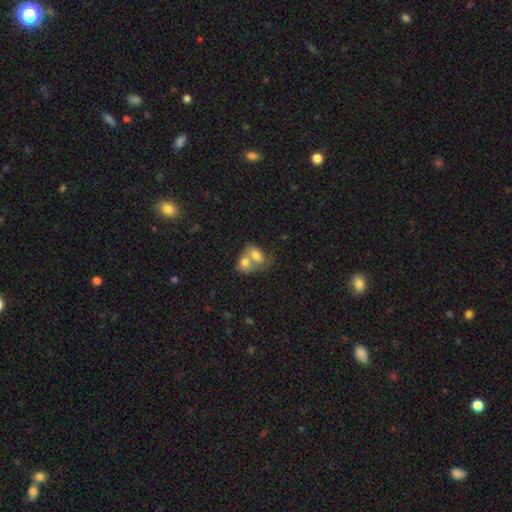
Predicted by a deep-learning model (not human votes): Smooth or featured? Predicted: smooth (p=0.70). How rounded? Predicted: in between (p=0.70). Merging? Predicted: merger (p=0.79).